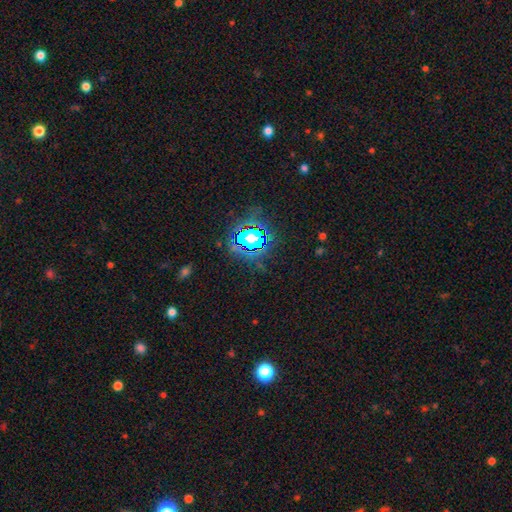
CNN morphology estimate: Smooth or featured? star or artifact (82%)